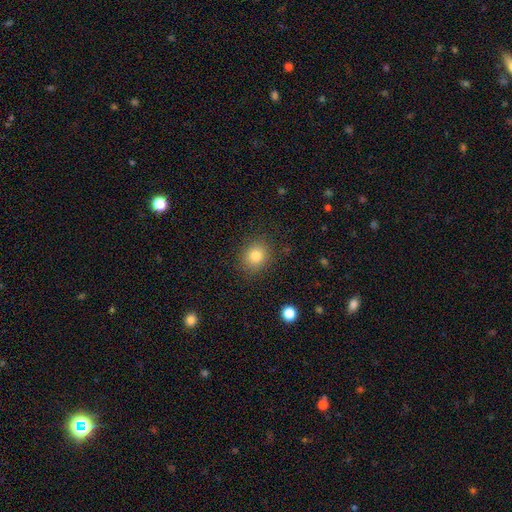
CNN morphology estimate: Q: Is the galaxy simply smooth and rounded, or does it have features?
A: smooth — 82%.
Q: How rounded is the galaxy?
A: round — 69%.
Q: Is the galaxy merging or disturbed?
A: none — 86%.